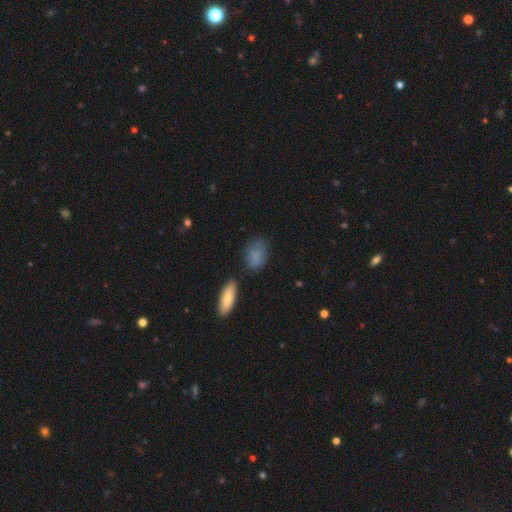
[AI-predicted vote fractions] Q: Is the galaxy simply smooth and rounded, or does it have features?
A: smooth — 82%.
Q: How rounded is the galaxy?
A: in between — 79%.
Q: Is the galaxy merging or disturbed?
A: none — 65%.